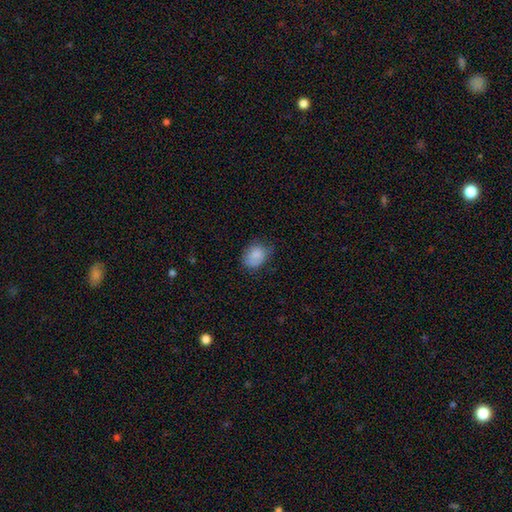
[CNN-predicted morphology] The model was most divided on "how rounded": in between: 59%, round: 40%, cigar-shaped: 1%. More confident: smooth or featured — smooth (84%); merging — none (60%).